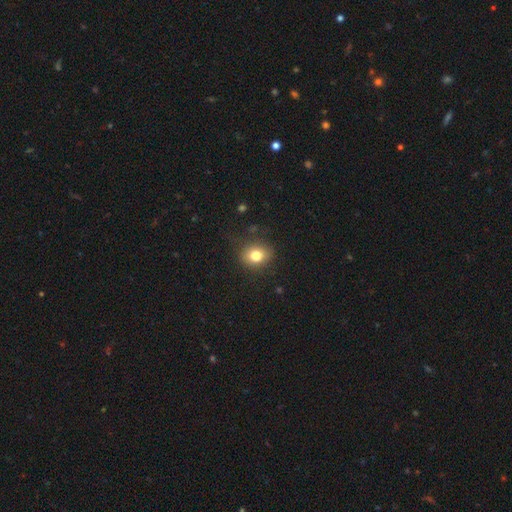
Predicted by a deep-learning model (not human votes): This is likely a smooth galaxy (79%). How rounded: possibly round (56%). Merging: clearly none (80%).